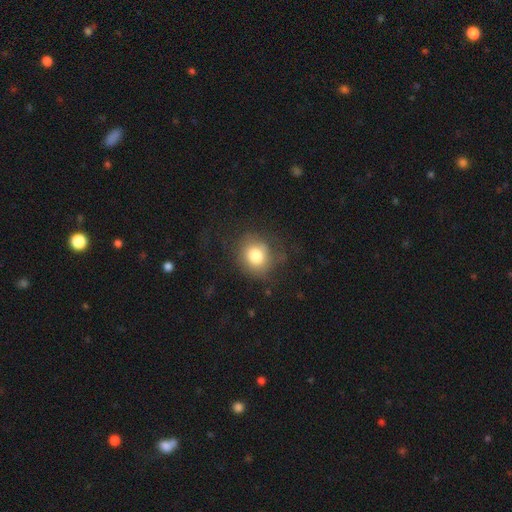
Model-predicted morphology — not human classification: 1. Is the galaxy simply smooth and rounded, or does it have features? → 77% smooth, 13% featured or disk, 10% star or artifact.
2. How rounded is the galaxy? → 77% round, 22% in between, 1% cigar-shaped.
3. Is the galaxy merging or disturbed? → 69% none, 18% minor disturbance, 12% major disturbance, 1% merger.